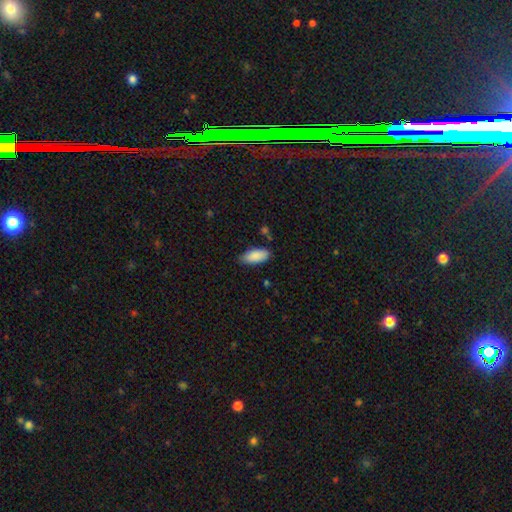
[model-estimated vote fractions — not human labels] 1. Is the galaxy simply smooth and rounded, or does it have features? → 89% smooth, 6% star or artifact, 5% featured or disk.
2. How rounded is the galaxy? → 90% in between, 9% cigar-shaped, 2% round.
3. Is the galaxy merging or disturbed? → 78% none, 17% minor disturbance, 3% major disturbance, 2% merger.